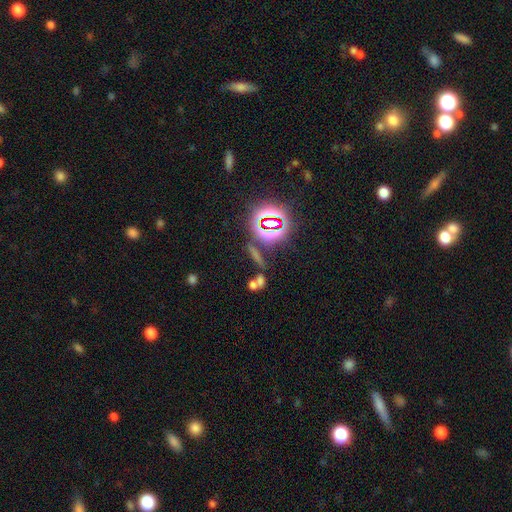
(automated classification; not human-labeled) Smooth or featured?
  - star or artifact: 77% *
  - smooth: 14%
  - featured or disk: 9%